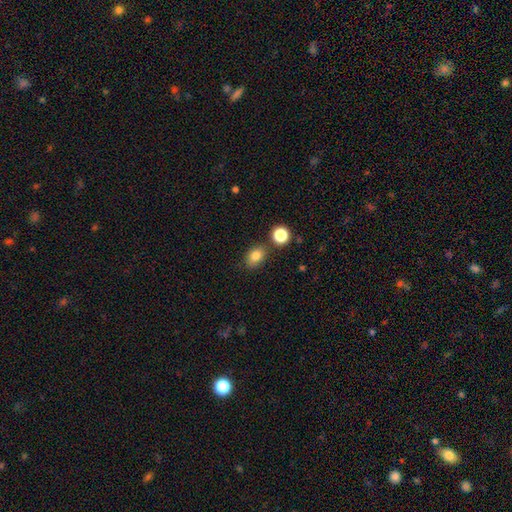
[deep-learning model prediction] Smooth or featured? smooth (82%)
How rounded? in between (69%)
Merging? none (77%)